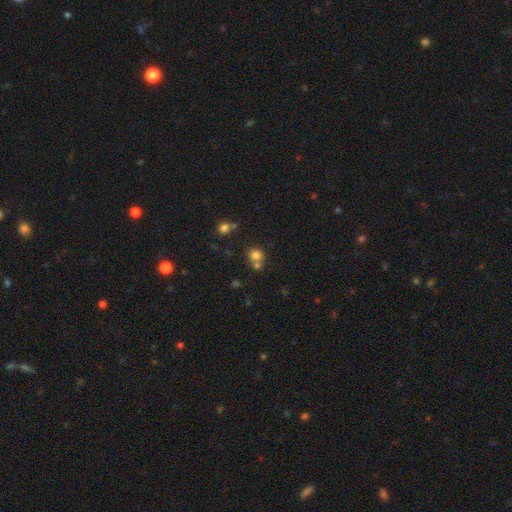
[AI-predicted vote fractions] A smooth galaxy with no disk features (77%) that is round (87%). Merging: none (53%).